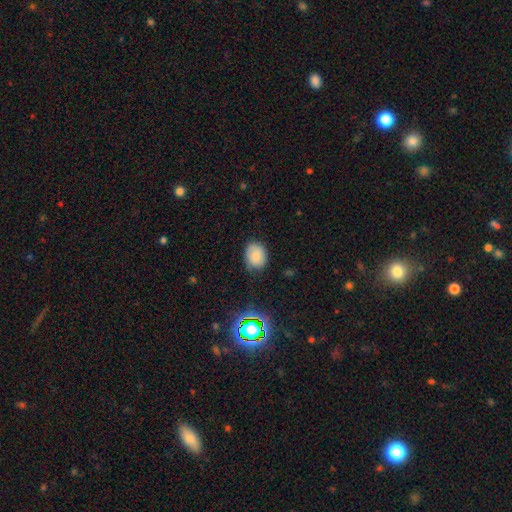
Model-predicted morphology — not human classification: A smooth galaxy with no disk features (78%) that is round (51%).

Vote fractions:
- Smooth or featured? smooth: 78% / star or artifact: 12% / featured or disk: 10%
- How rounded? round: 51% / in between: 48% / cigar-shaped: 1%
- Merging? none: 77% / minor disturbance: 18% / major disturbance: 4% / merger: 1%